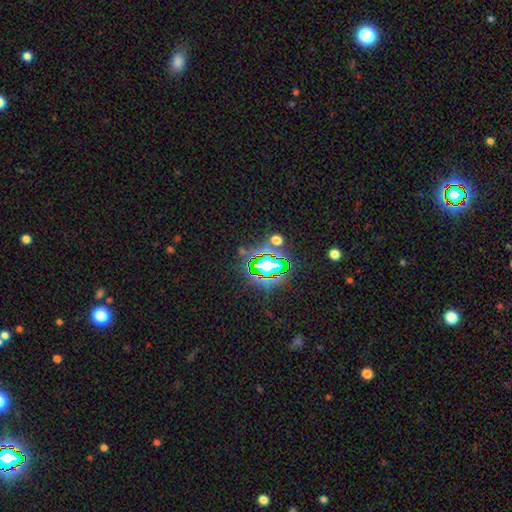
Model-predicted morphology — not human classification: Smooth or featured?
  - star or artifact: 79% *
  - smooth: 13%
  - featured or disk: 8%